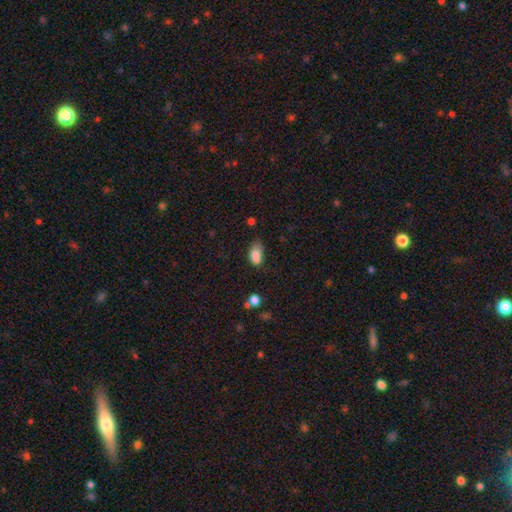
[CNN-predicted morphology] This appears to be a smooth galaxy with no disk features (83%) that is in between round and cigar-shaped (90%). Merging: none (43%).